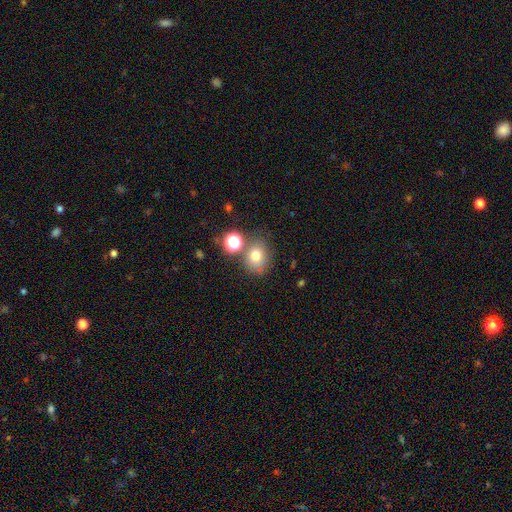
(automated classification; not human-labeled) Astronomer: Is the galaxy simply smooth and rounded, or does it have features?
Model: smooth — 73%.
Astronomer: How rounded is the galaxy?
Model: round — 60% (runner-up: in between, 39%).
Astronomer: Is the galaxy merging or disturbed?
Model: none — 65%.